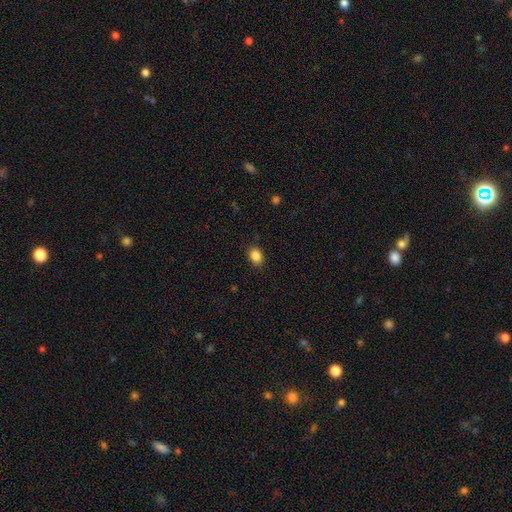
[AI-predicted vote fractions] The model was most divided on "how rounded": in between: 58%, round: 41%, cigar-shaped: 1%. More confident: merging — none (87%); smooth or featured — smooth (86%).